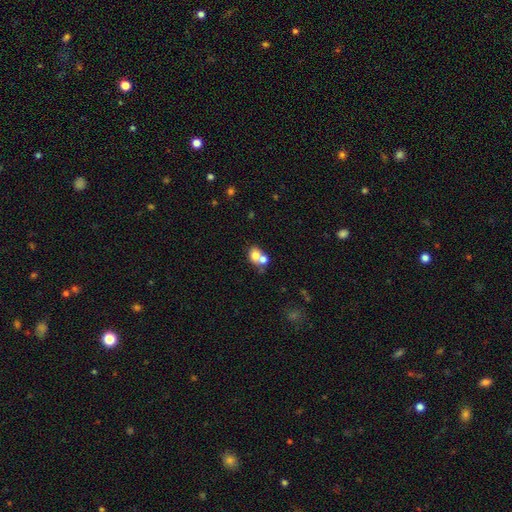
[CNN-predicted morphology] Smooth or featured: smooth — 73% (featured or disk — 17%)
How rounded: round — 55% (in between — 44%)
Merging: merger — 60% (none — 28%)